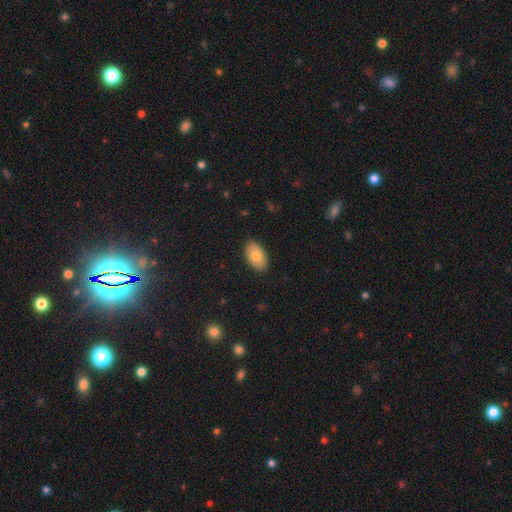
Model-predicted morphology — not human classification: A smooth galaxy with no disk features (78%) that is in between round and cigar-shaped (94%). Merging: none (89%).